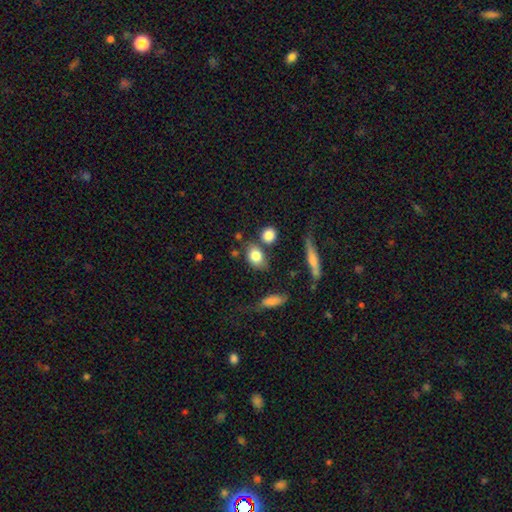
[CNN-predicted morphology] The model was most divided on "how rounded": in between: 63%, round: 33%, cigar-shaped: 4%. More confident: smooth or featured — smooth (81%); merging — none (63%).